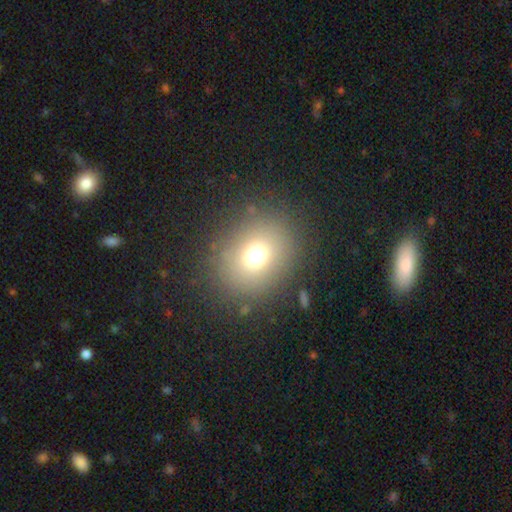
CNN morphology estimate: This appears to be a smooth galaxy with no disk features (70%) that is round (68%). Merging: none (84%).